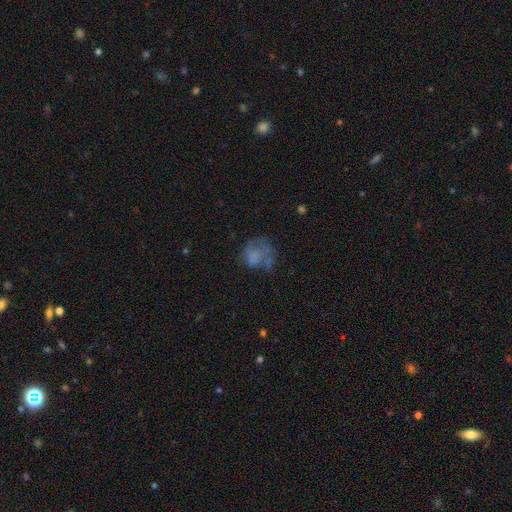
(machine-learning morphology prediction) Smooth or featured? smooth (51%)
How rounded? round (59%)
Merging? none (35%, tied with major disturbance)